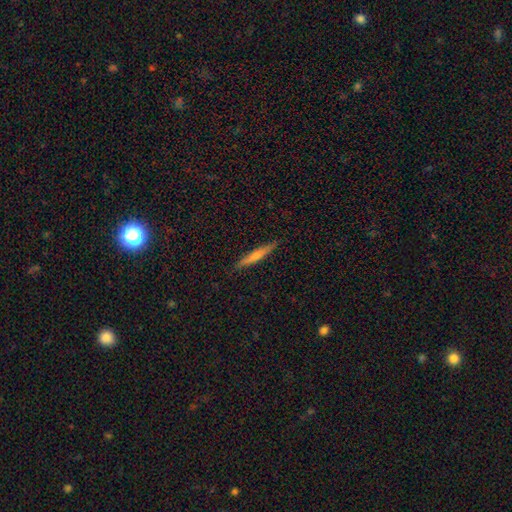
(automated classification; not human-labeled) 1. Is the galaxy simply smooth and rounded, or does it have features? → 59% featured or disk, 32% smooth, 9% star or artifact.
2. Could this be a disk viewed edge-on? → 97% yes, 3% no.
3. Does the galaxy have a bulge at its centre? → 66% rounded, 27% none, 6% boxy.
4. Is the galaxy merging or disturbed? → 91% none, 6% minor disturbance, 1% major disturbance, 1% merger.